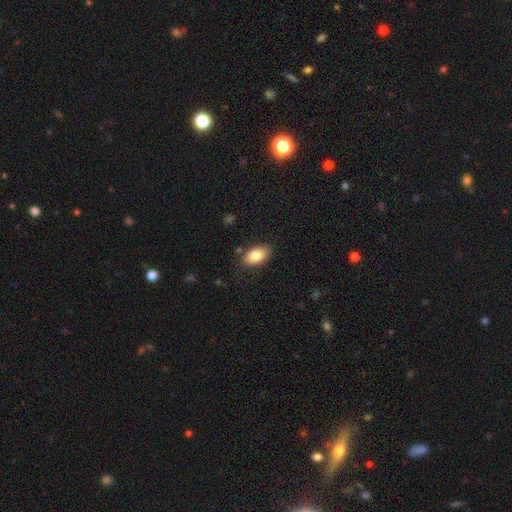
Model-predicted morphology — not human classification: Smooth or featured: smooth — 82% (featured or disk — 12%)
How rounded: in between — 93% (round — 5%)
Merging: none — 83% (minor disturbance — 12%)